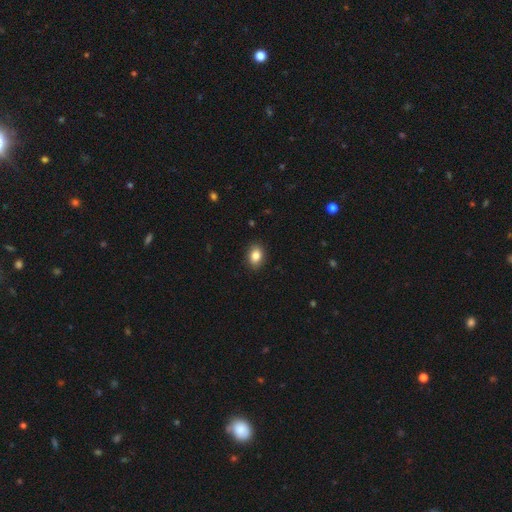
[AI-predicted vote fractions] smooth_or_featured: smooth (p=0.85) [alt: star or artifact p=0.08]
how_rounded: in between (p=0.75) [alt: round p=0.24]
merging: none (p=0.89) [alt: minor disturbance p=0.08]